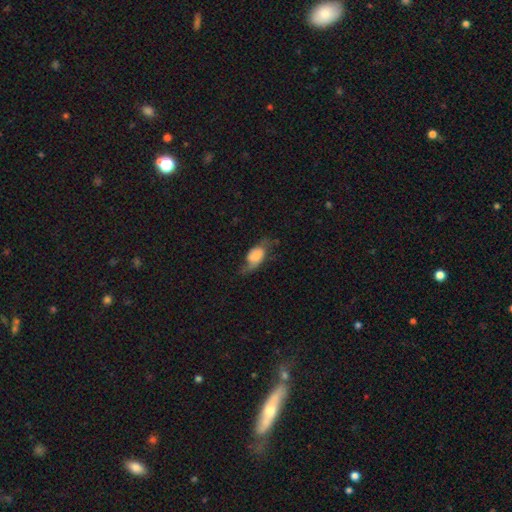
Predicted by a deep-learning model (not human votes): Q: Smooth or featured?
A: smooth (47%); runner-up: featured or disk (45%)
Q: Merging?
A: none (43%); runner-up: minor disturbance (29%)